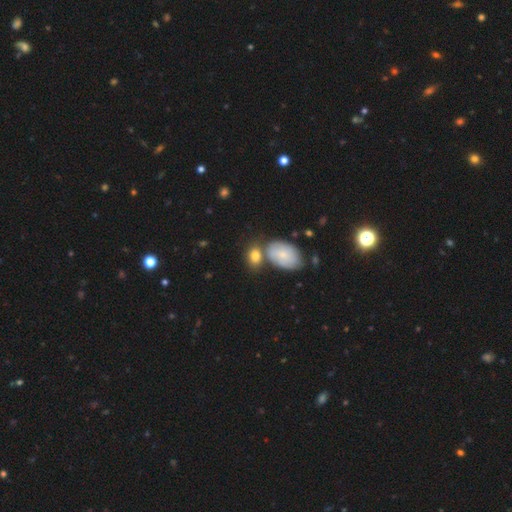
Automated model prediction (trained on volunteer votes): Morphology: type=smooth (77%); roundness=in between (72%); merging=none (53%).